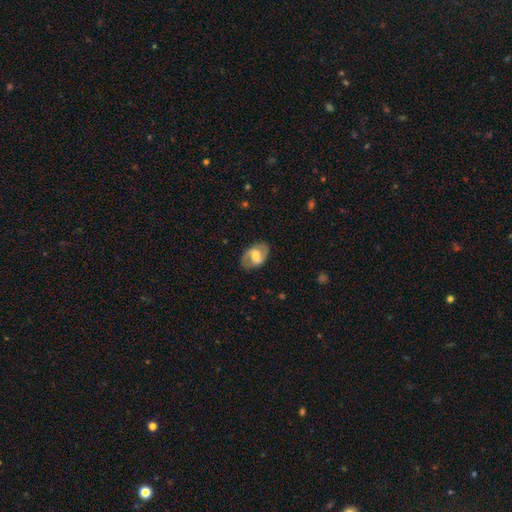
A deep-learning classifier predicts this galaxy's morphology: featured or disk 66%, smooth 28%, star or artifact 6%. Down the decision tree: edge-on disk — no (96%); bar — weak (48%); spiral arms — yes (78%); bulge size — moderate (64%); merging — none (82%).